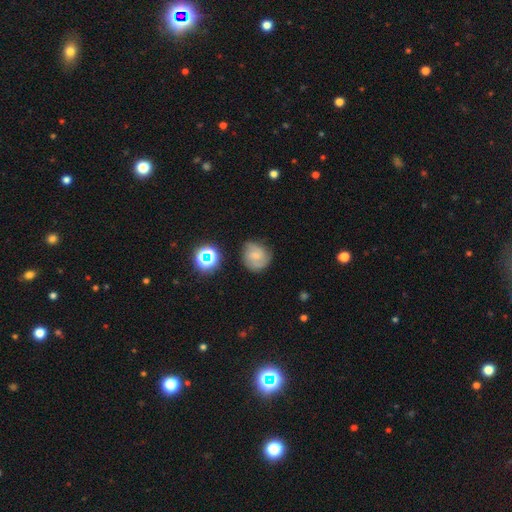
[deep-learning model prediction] Overall: featured or disk (50%; smooth 38%). Edge-on disk: no (97%). Merging: none (68%).